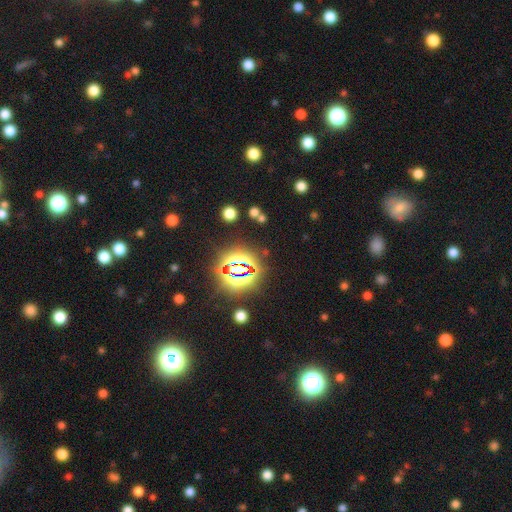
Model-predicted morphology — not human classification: This appears to be a star or artifact, not a galaxy (80%).